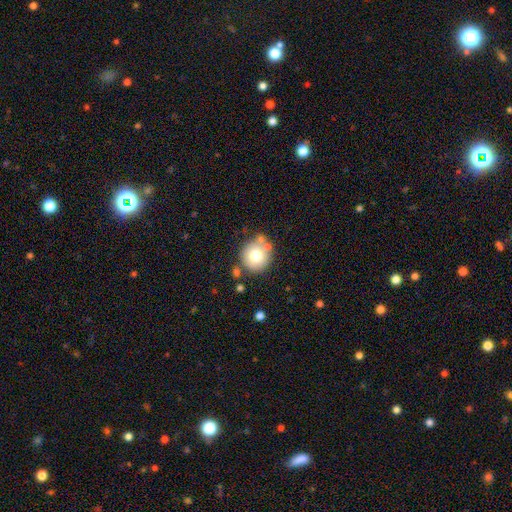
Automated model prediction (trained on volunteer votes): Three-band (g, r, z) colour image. It shows a smooth galaxy with no disk features (71%) that is round (92%). Merging: none (72%).